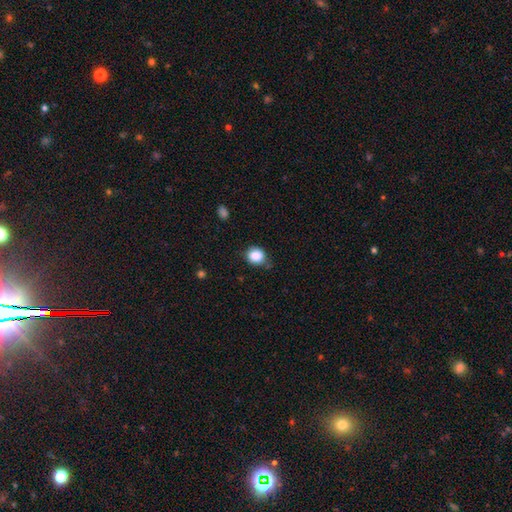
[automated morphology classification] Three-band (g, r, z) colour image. It shows a smooth galaxy with no disk features (86%) that is round (69%). Merging: none (61%).